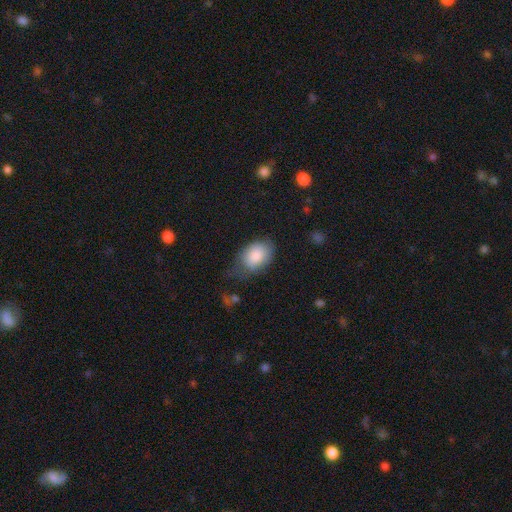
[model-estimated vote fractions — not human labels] smooth 85%, featured or disk 9%, star or artifact 7%. Down the decision tree: how rounded — in between (85%); merging — none (51%).